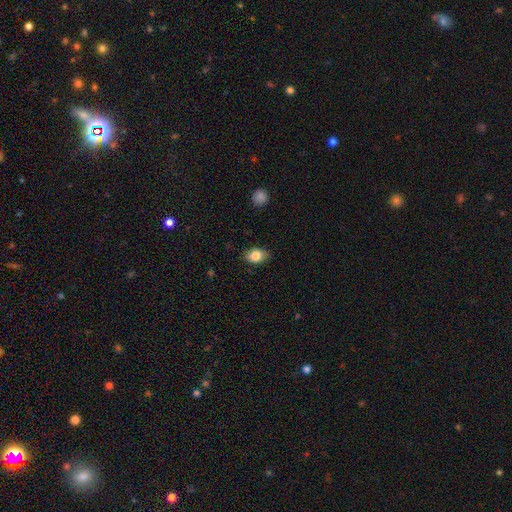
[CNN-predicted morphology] smooth-or-featured: smooth: 83% | featured or disk: 9% | star or artifact: 8%
  how-rounded: in between: 79% | round: 19% | cigar-shaped: 2%
  merging: none: 84% | minor disturbance: 13% | major disturbance: 2% | merger: 1%